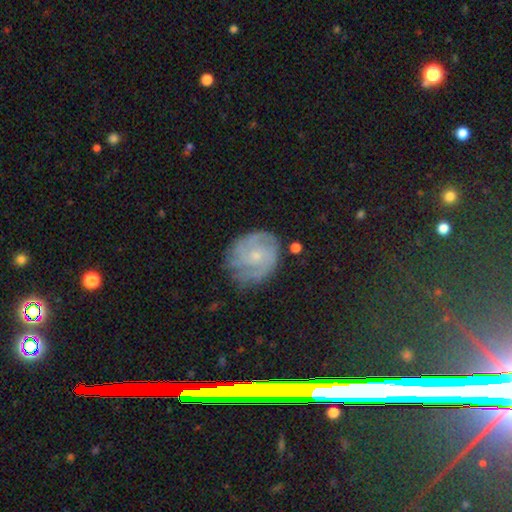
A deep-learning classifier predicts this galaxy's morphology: The model was most divided on "spiral arm count": can't tell: 32%, 3: 26%, 2: 18%, 4: 12%, 1: 6%, more than 4: 6%. More confident: edge-on disk — no (98%); spiral arms — yes (91%); smooth or featured — featured or disk (73%); bar — no (73%); bulge size — small (72%); merging — none (68%); spiral winding — tight (55%).